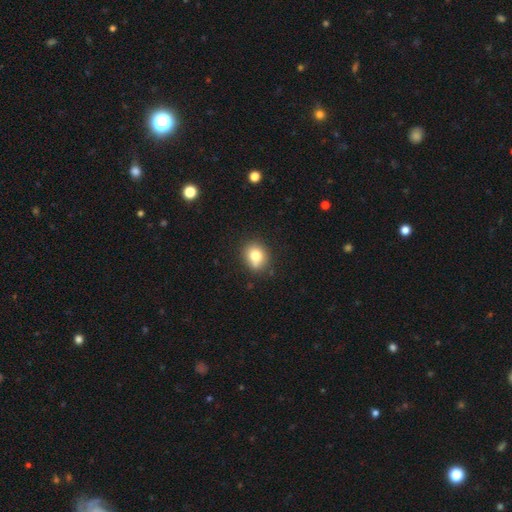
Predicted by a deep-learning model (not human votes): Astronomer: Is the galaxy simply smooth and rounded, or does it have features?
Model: smooth — 77%.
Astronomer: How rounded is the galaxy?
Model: round — 70%.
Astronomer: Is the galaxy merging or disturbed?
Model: none — 72%.